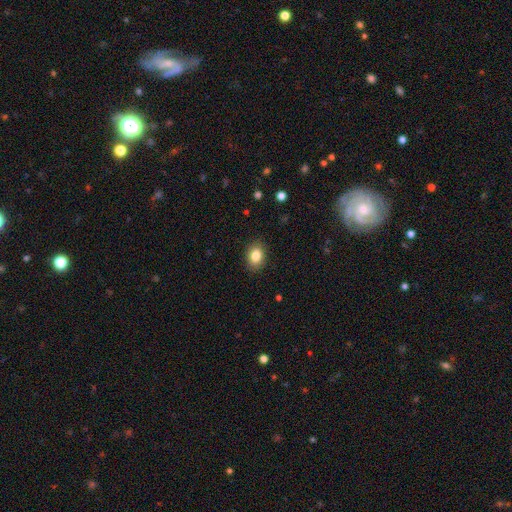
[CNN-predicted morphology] smooth_or_featured: smooth (p=0.84) [alt: star or artifact p=0.09]
how_rounded: in between (p=0.73) [alt: round p=0.26]
merging: none (p=0.88) [alt: minor disturbance p=0.09]